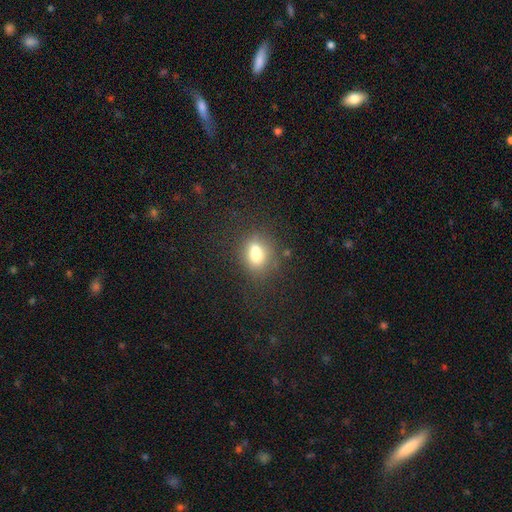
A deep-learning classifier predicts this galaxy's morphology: smooth_or_featured: smooth (p=0.69) [alt: featured or disk p=0.17]
how_rounded: in between (p=0.54) [alt: round p=0.43]
merging: none (p=0.47) [alt: merger p=0.30]